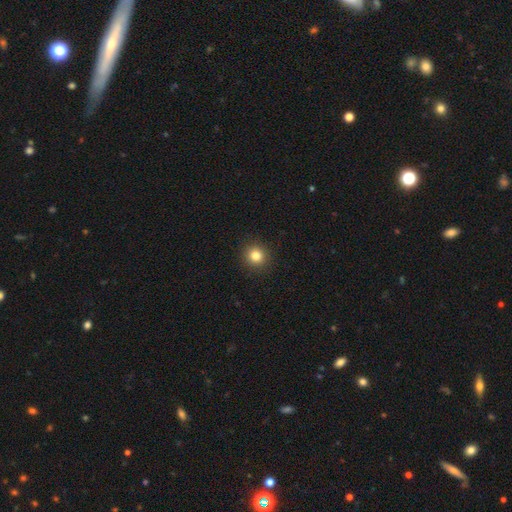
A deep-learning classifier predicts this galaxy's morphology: Overall: smooth (83%). How rounded: round (91%). Merging: none (92%).